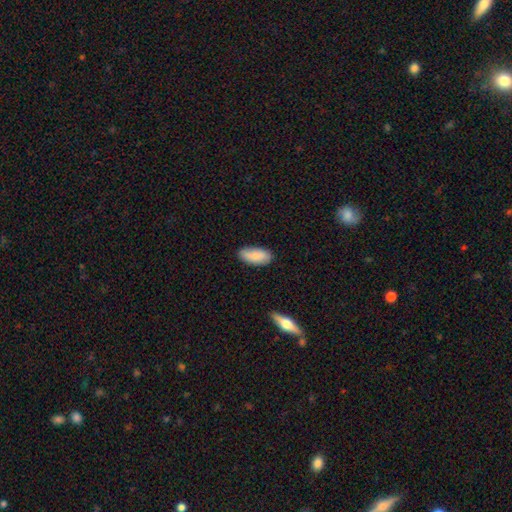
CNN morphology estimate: smooth 86%, featured or disk 8%, star or artifact 6%. Down the decision tree: how rounded — in between (88%); merging — none (83%).